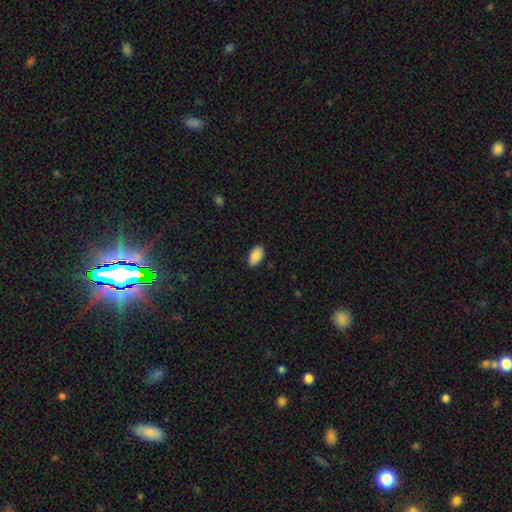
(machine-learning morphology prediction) This is clearly a smooth galaxy (90%). How rounded: clearly in between (95%). Merging: clearly none (87%).